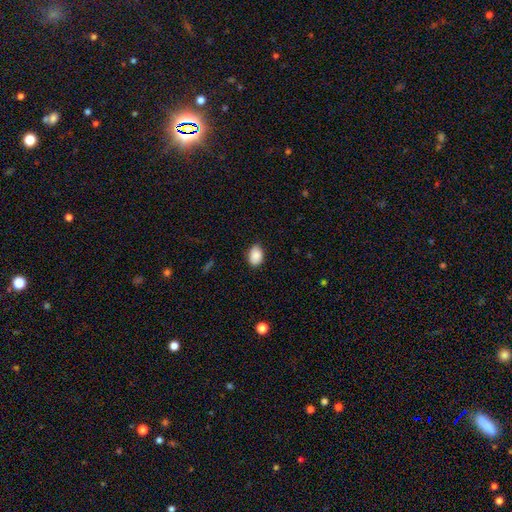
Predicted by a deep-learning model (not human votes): Smooth or featured?
  - smooth: 89% *
  - star or artifact: 7%
  - featured or disk: 4%
How rounded?
  - in between: 82% *
  - round: 17%
  - cigar-shaped: 1%
Merging?
  - none: 80% *
  - minor disturbance: 17%
  - major disturbance: 3%
  - merger: 1%